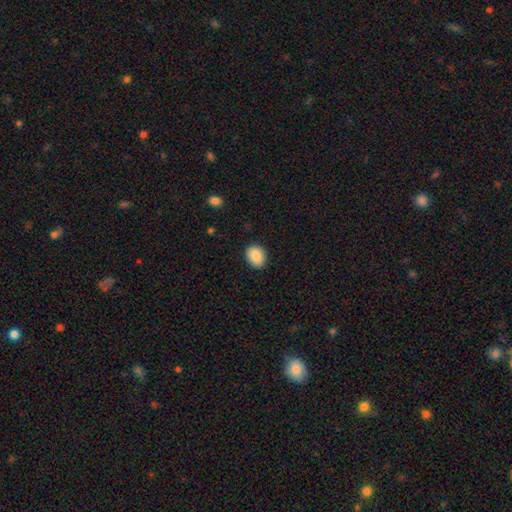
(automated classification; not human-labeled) Overall: smooth (88%). How rounded: in between (60%; round 39%). Merging: none (88%).